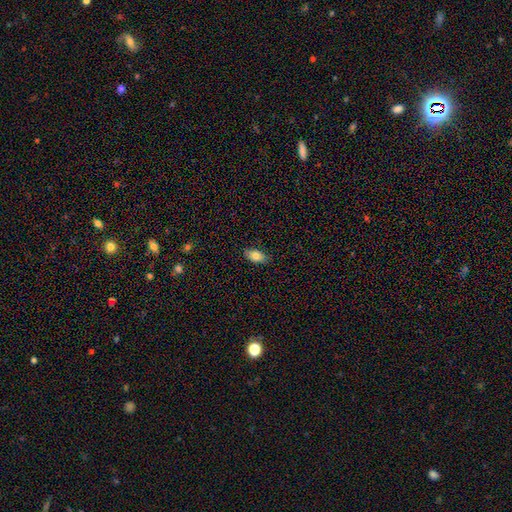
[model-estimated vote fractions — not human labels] Smooth or featured? Predicted: smooth (p=0.79). How rounded? Predicted: in between (p=0.90). Merging? Predicted: none (p=0.85).